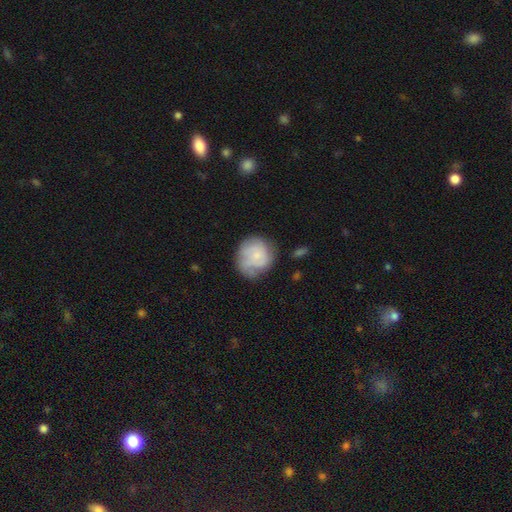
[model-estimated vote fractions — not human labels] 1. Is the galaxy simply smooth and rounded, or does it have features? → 55% smooth, 37% featured or disk, 7% star or artifact.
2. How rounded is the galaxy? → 85% round, 14% in between, 1% cigar-shaped.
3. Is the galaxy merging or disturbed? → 55% none, 28% minor disturbance, 13% major disturbance, 3% merger.